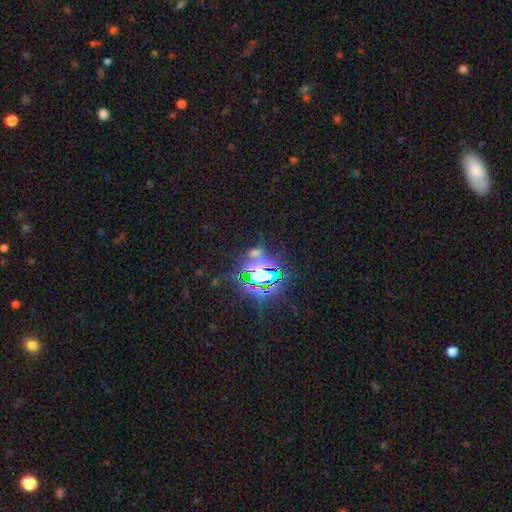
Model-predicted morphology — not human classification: star or artifact 76%, smooth 15%, featured or disk 8%.